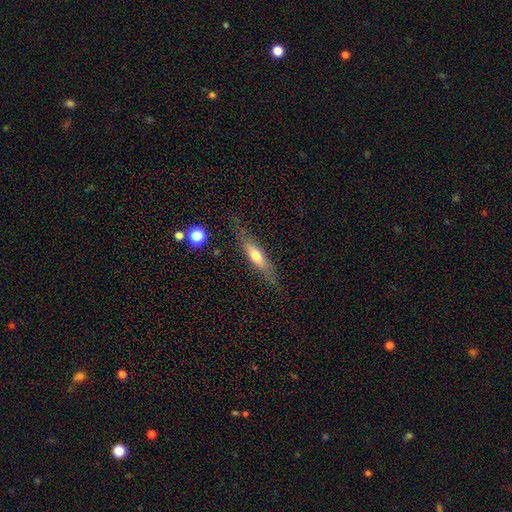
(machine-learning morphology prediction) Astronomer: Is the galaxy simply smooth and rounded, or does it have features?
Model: featured or disk — 47%, tied with smooth at 47%.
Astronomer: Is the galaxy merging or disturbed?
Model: none — 78%.